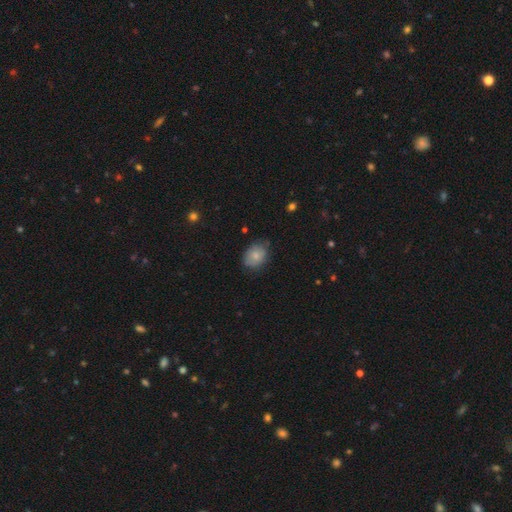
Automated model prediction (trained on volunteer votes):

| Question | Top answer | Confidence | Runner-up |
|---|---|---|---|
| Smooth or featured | smooth | 79% | featured or disk (13%) |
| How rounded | in between | 59% | round (40%) |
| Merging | none | 73% | minor disturbance (21%) |